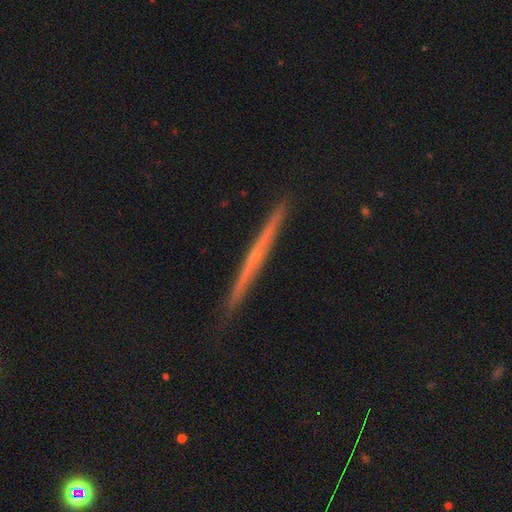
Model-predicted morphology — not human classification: Smooth or featured?
  - featured or disk: 71% *
  - smooth: 19%
  - star or artifact: 10%
Edge-on disk?
  - yes: 97% *
  - no: 3%
Edge-on bulge?
  - none: 51% *
  - rounded: 45%
  - boxy: 4%
Merging?
  - none: 91% *
  - minor disturbance: 7%
  - major disturbance: 1%
  - merger: 1%